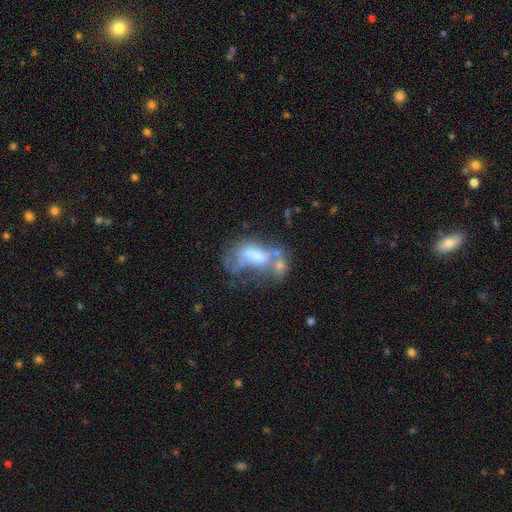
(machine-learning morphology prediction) type=featured or disk (51%); edge-on=no (94%); merging=merger (39%).